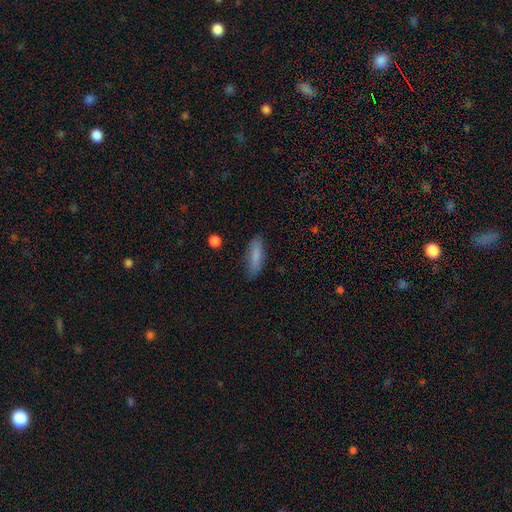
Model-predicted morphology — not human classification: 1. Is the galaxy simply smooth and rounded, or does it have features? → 81% smooth, 12% featured or disk, 7% star or artifact.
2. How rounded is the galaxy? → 57% cigar-shaped, 41% in between, 2% round.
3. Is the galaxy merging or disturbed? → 78% none, 17% minor disturbance, 4% major disturbance, 2% merger.